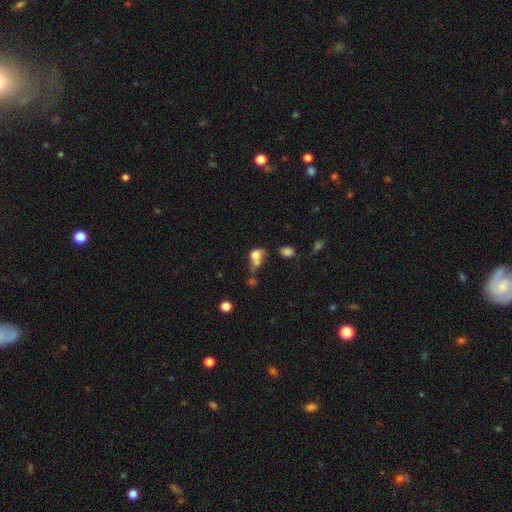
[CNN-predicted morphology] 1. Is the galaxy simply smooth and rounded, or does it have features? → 68% smooth, 19% featured or disk, 13% star or artifact.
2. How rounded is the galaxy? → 60% in between, 37% round, 3% cigar-shaped.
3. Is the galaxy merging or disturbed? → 41% merger, 22% none, 22% major disturbance, 16% minor disturbance.